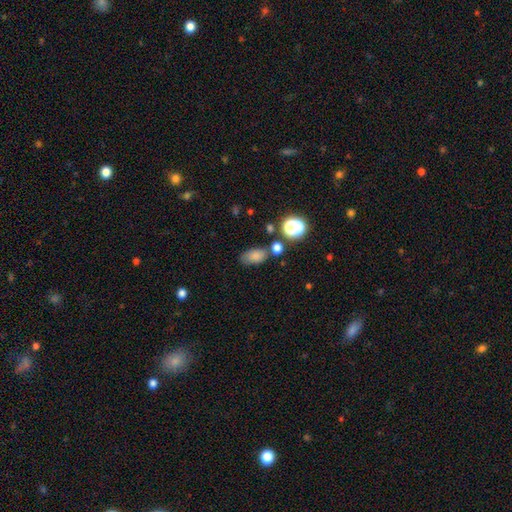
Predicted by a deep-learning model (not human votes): Smooth or featured?
  - smooth: 77% *
  - star or artifact: 14%
  - featured or disk: 9%
How rounded?
  - in between: 87% *
  - round: 11%
  - cigar-shaped: 3%
Merging?
  - none: 63% *
  - minor disturbance: 18%
  - merger: 14%
  - major disturbance: 6%